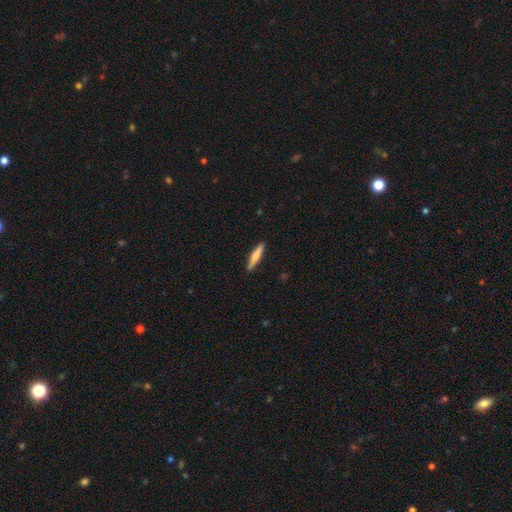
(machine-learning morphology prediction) type=smooth (68%); roundness=cigar-shaped (88%); merging=none (90%).